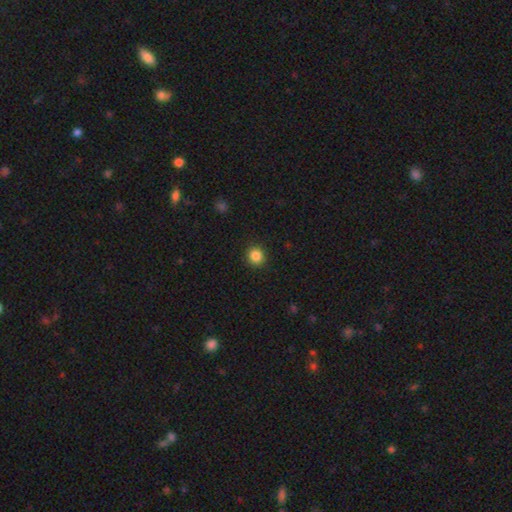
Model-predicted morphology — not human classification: smooth 85%, star or artifact 11%, featured or disk 4%. Down the decision tree: how rounded — round (89%); merging — none (91%).